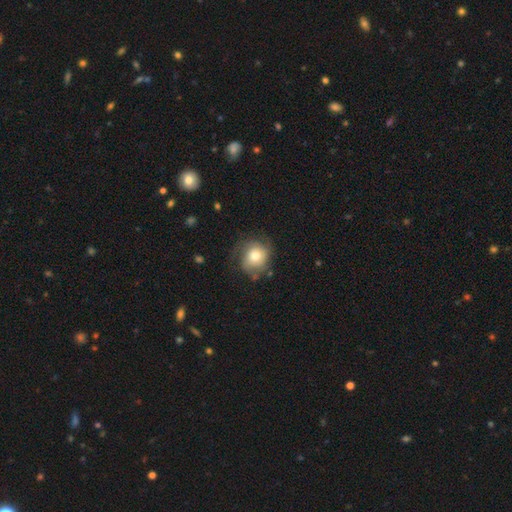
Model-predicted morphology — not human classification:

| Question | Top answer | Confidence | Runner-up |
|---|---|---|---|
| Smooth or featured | smooth | 52% | featured or disk (40%) |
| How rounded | round | 82% | in between (17%) |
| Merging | none | 61% | minor disturbance (23%) |